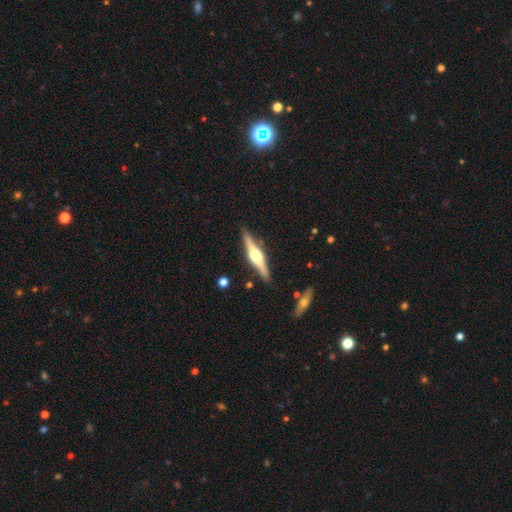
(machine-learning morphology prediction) This appears to be a featured or disk galaxy (76%) viewed edge-on (98%) with a rounded central bulge (90%). Merging: none (88%).